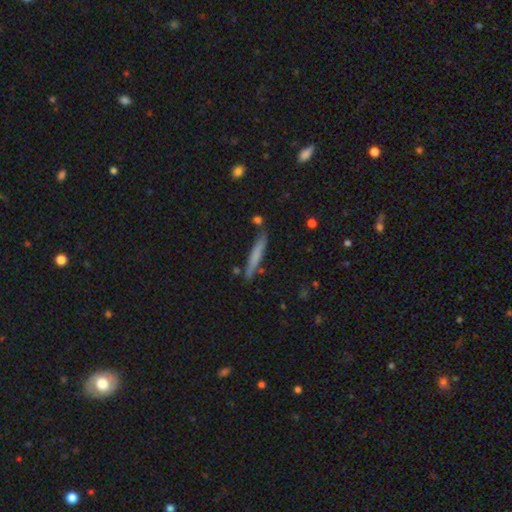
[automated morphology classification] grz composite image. It shows a smooth galaxy with no disk features (64%) that is cigar-shaped (94%). Merging: none (80%).